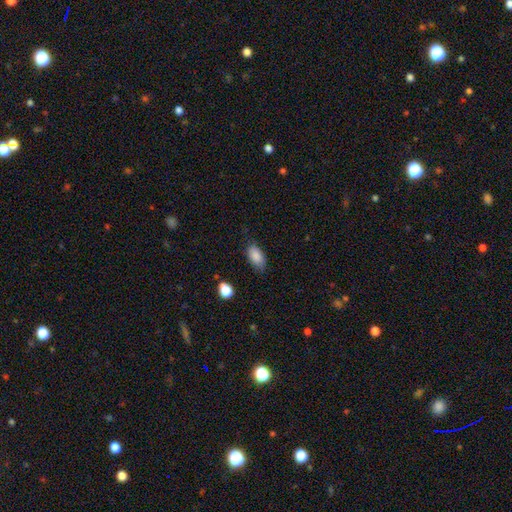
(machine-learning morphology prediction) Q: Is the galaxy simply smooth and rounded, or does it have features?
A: smooth — 86%.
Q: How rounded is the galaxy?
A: in between — 92%.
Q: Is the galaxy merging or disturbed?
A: none — 73%.